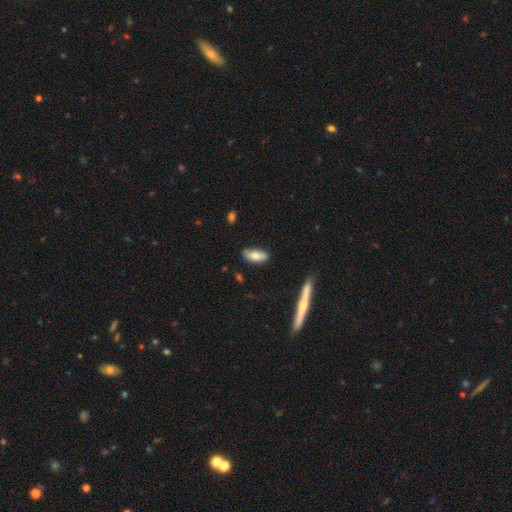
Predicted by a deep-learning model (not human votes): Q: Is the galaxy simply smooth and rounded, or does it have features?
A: smooth — 75%.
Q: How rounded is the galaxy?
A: in between — 80%.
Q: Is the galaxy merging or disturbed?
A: none — 80%.